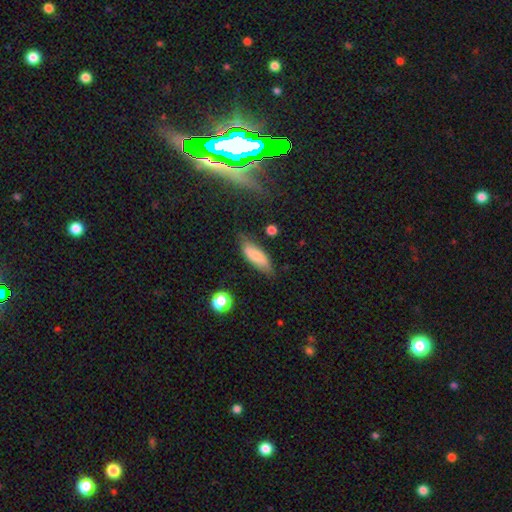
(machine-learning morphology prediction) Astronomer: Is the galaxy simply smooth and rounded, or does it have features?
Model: smooth — 77%.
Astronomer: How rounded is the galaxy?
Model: in between — 65%.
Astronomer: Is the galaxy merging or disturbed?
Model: none — 67%.